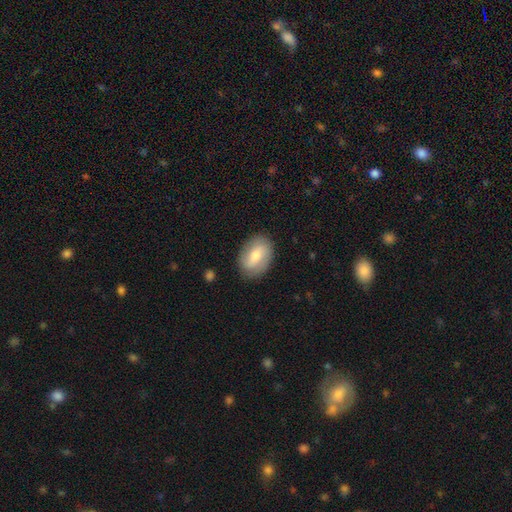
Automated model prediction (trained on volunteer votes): Smooth or featured? Predicted: smooth (p=0.52). How rounded? Predicted: in between (p=0.79). Merging? Predicted: none (p=0.83).